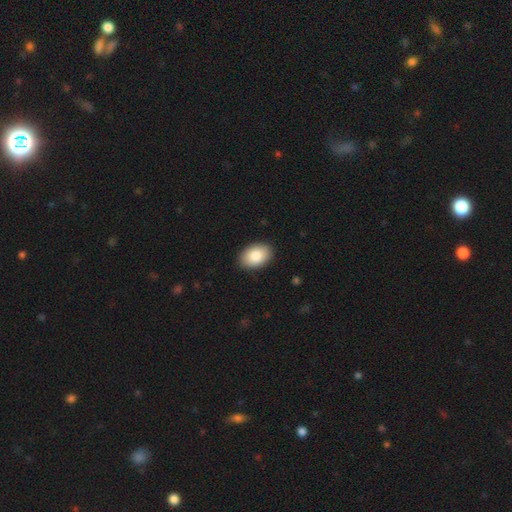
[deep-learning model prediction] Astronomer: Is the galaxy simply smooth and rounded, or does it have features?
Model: smooth — 87%.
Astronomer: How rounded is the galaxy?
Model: in between — 90%.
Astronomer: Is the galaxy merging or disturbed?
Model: none — 90%.